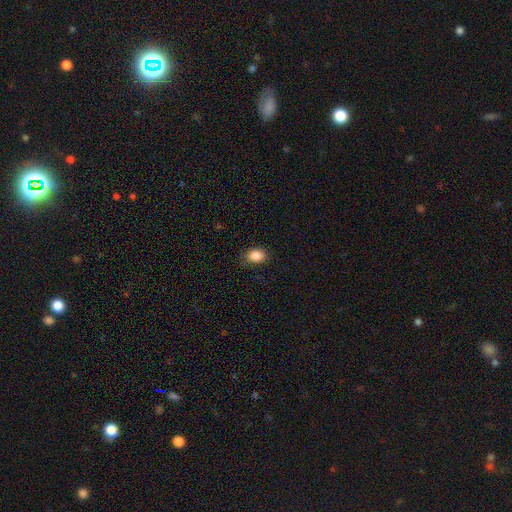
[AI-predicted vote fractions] Overall: smooth (86%). How rounded: in between (62%; round 37%). Merging: none (81%).